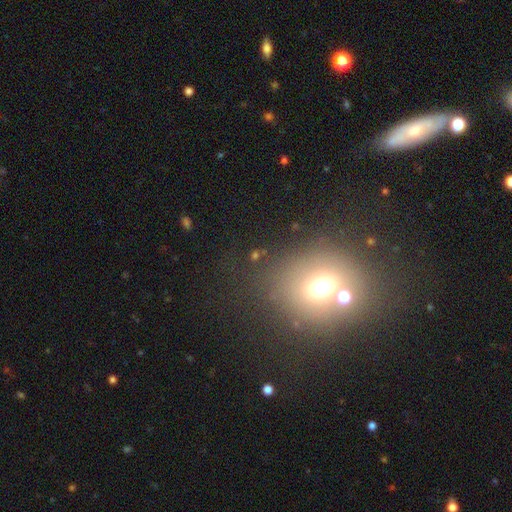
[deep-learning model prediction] Morphology: type=smooth (50%); merging=none (70%).